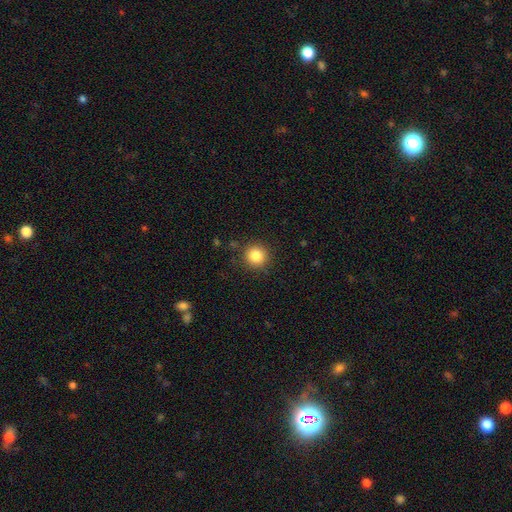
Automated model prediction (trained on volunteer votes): Smooth or featured: smooth — 84% (star or artifact — 11%)
How rounded: round — 94% (in between — 6%)
Merging: none — 89% (minor disturbance — 7%)